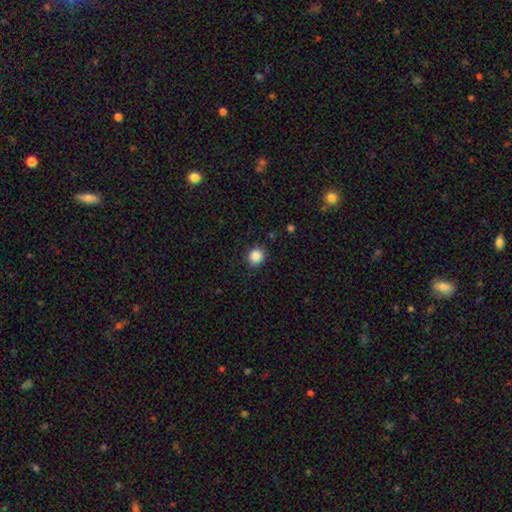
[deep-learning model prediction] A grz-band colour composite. It shows a smooth galaxy with no disk features (86%) that is round (84%). Merging: none (86%).